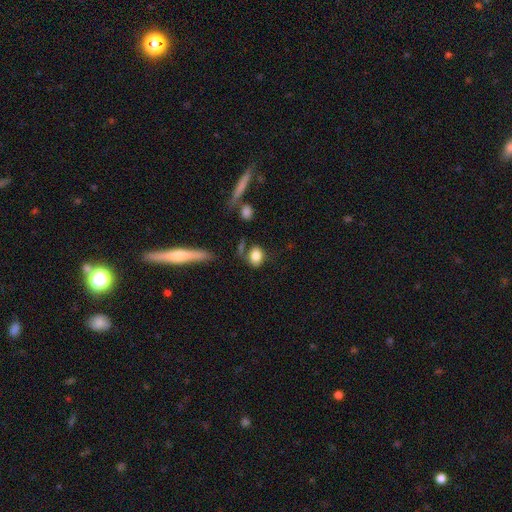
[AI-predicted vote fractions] Smooth or featured? smooth (81%)
How rounded? in between (55%)
Merging? none (59%)